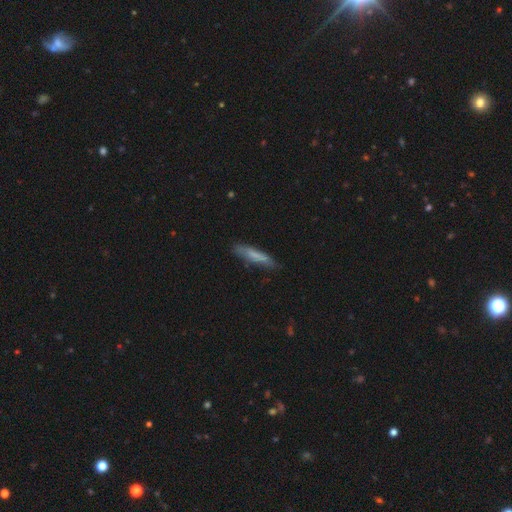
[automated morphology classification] This appears to be a smooth galaxy with no disk features (70%) that is cigar-shaped (85%). Merging: none (76%).